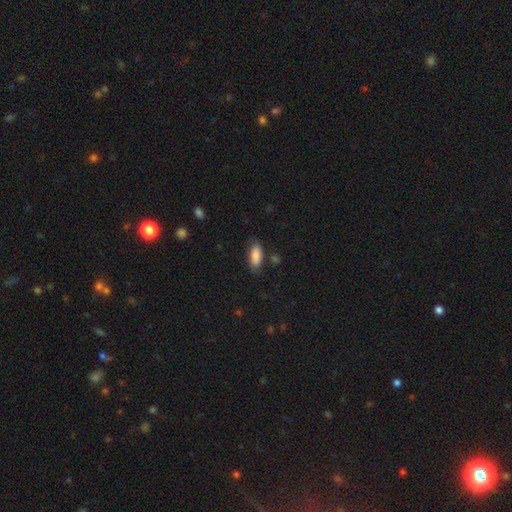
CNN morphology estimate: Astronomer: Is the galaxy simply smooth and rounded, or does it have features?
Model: smooth — 86%.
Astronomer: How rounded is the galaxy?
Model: in between — 83%.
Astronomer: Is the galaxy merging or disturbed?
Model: none — 78%.